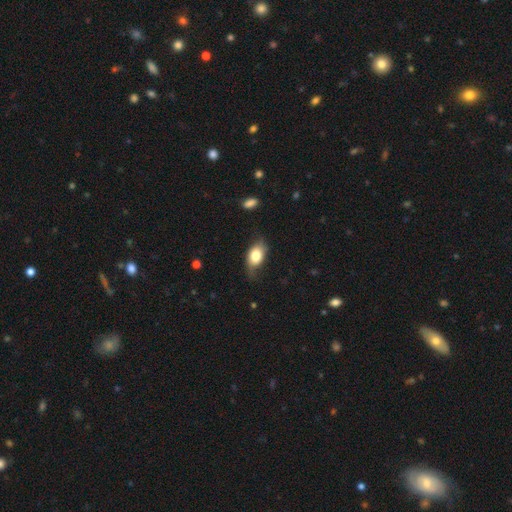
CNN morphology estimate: type=smooth (76%); roundness=in between (89%); merging=none (59%).